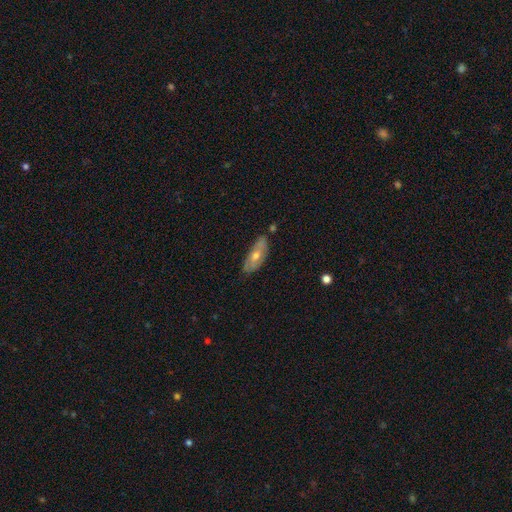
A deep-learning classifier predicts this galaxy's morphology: featured or disk 51%, smooth 41%, star or artifact 7%. Down the decision tree: edge-on disk — no (73%); merging — none (73%).